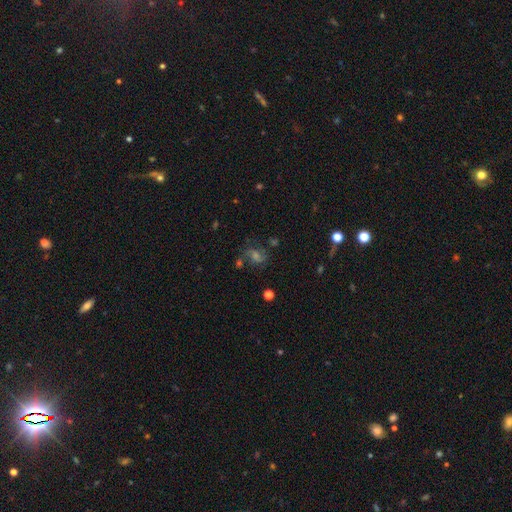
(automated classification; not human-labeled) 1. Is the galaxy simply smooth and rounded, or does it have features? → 49% featured or disk, 28% star or artifact, 23% smooth.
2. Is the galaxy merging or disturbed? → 64% none, 16% minor disturbance, 12% major disturbance, 8% merger.